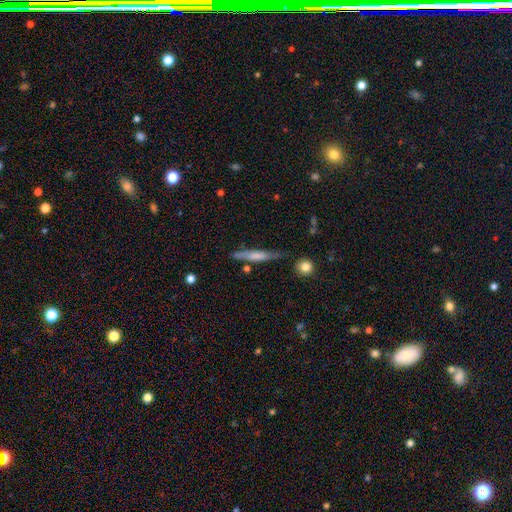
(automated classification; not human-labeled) Smooth or featured? Predicted: smooth (p=0.59). How rounded? Predicted: cigar-shaped (p=0.91). Merging? Predicted: none (p=0.73).